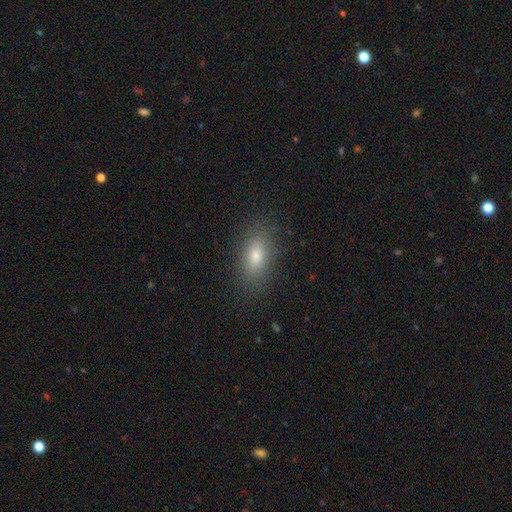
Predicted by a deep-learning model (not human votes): This appears to be a smooth galaxy with no disk features (76%) that is in between round and cigar-shaped (83%). Merging: none (85%).